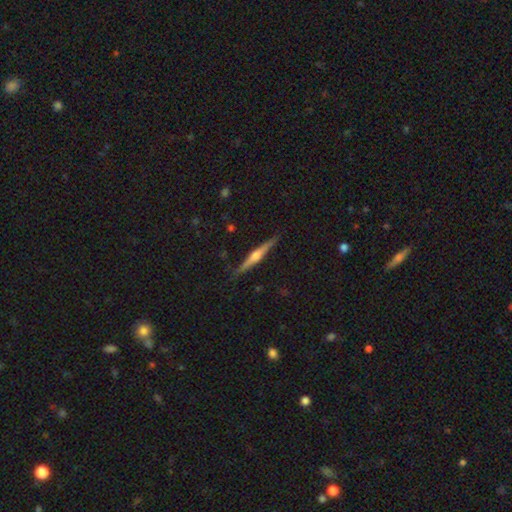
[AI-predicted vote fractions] Q: Smooth or featured?
A: featured or disk (76%); runner-up: smooth (18%)
Q: Edge-on disk?
A: yes (98%); runner-up: no (2%)
Q: Edge-on bulge?
A: rounded (89%); runner-up: boxy (6%)
Q: Merging?
A: none (89%); runner-up: minor disturbance (8%)